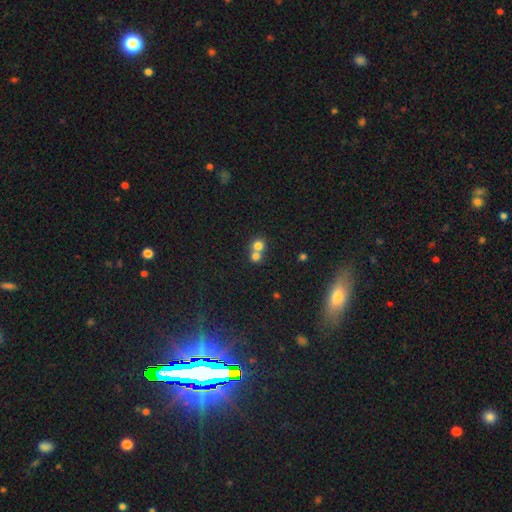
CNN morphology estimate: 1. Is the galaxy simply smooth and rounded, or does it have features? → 75% smooth, 13% star or artifact, 12% featured or disk.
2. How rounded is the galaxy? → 82% round, 17% in between, 1% cigar-shaped.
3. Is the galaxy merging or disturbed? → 62% merger, 32% none, 4% minor disturbance, 2% major disturbance.